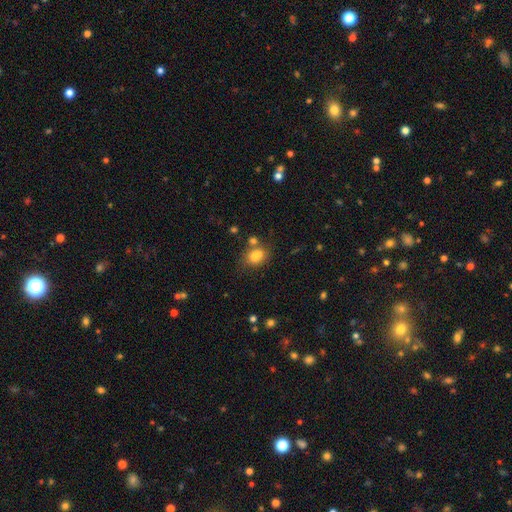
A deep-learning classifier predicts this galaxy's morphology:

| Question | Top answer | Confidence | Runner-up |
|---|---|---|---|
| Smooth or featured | smooth | 76% | featured or disk (12%) |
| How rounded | in between | 65% | round (34%) |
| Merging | none | 50% | merger (30%) |